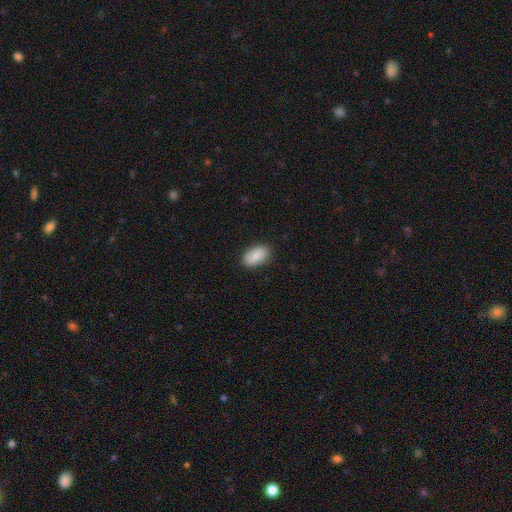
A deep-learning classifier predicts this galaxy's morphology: Smooth or featured?
  - smooth: 81% *
  - featured or disk: 12%
  - star or artifact: 7%
How rounded?
  - in between: 93% *
  - round: 6%
  - cigar-shaped: 2%
Merging?
  - none: 86% *
  - minor disturbance: 11%
  - major disturbance: 2%
  - merger: 1%